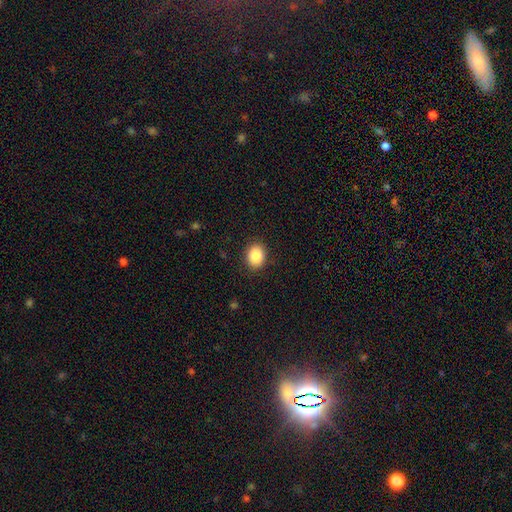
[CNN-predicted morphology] Smooth or featured: smooth — 88% (star or artifact — 8%)
How rounded: in between — 58% (round — 41%)
Merging: none — 89% (minor disturbance — 8%)